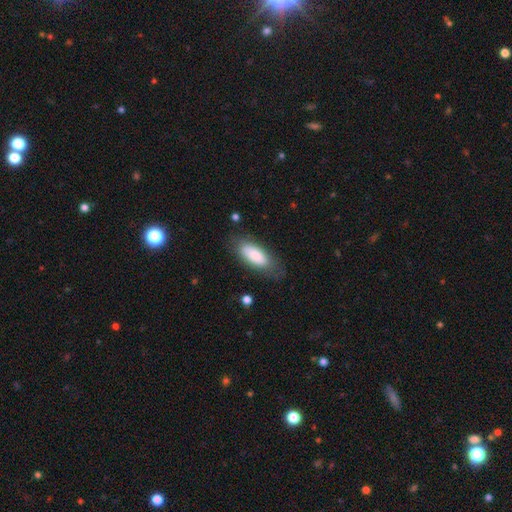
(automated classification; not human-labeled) This is clearly a smooth galaxy (83%). How rounded: clearly in between (81%). Merging: likely none (71%).